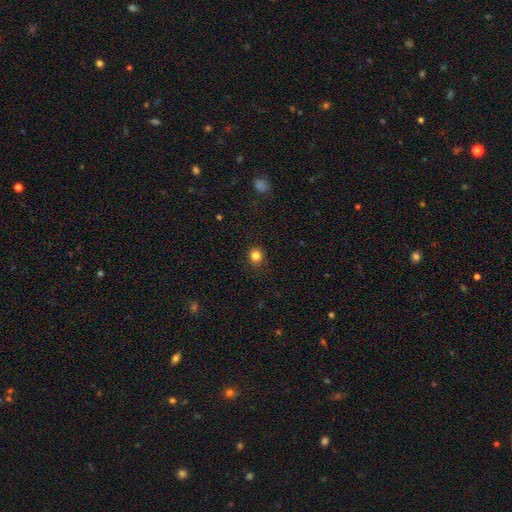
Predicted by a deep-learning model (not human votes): Smooth or featured: smooth — 83% (star or artifact — 13%)
How rounded: round — 88% (in between — 11%)
Merging: none — 90% (minor disturbance — 7%)